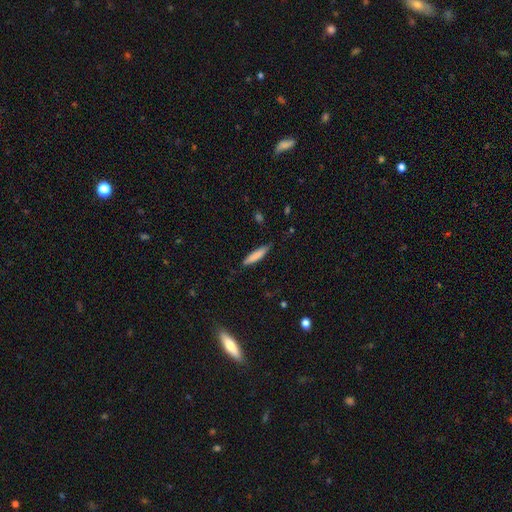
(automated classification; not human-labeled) Morphology: type=smooth (81%); roundness=cigar-shaped (84%); merging=none (81%).